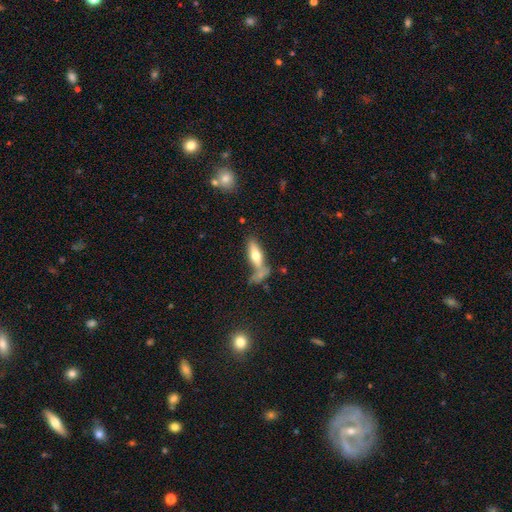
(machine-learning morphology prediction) Smooth or featured? smooth (60%)
How rounded? in between (52%)
Merging? none (48%)